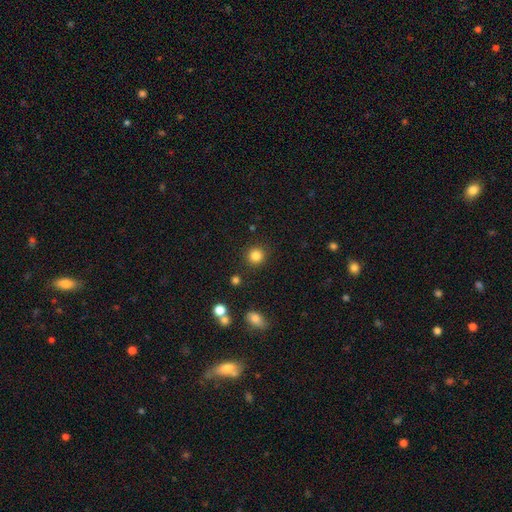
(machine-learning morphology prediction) Smooth or featured: smooth — 84% (star or artifact — 11%)
How rounded: round — 93% (in between — 7%)
Merging: none — 90% (minor disturbance — 6%)